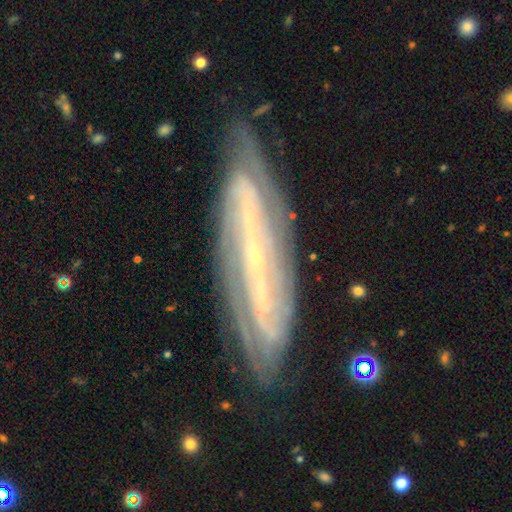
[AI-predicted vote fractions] Smooth or featured?
  - featured or disk: 84% *
  - smooth: 9%
  - star or artifact: 7%
Edge-on disk?
  - no: 67% *
  - yes: 33%
Bar?
  - strong: 62% *
  - weak: 22%
  - no: 17%
Spiral arms?
  - yes: 90% *
  - no: 10%
Spiral winding?
  - tight: 51% *
  - medium: 33%
  - loose: 16%
Spiral arm count?
  - 2: 48% *
  - can't tell: 31%
  - 3: 7%
  - 4: 5%
  - more than 4: 4%
  - 1: 4%
Bulge size?
  - small: 81% *
  - moderate: 9%
  - none: 7%
  - large: 1%
  - dominant: 1%
Merging?
  - none: 79% *
  - minor disturbance: 15%
  - major disturbance: 4%
  - merger: 2%